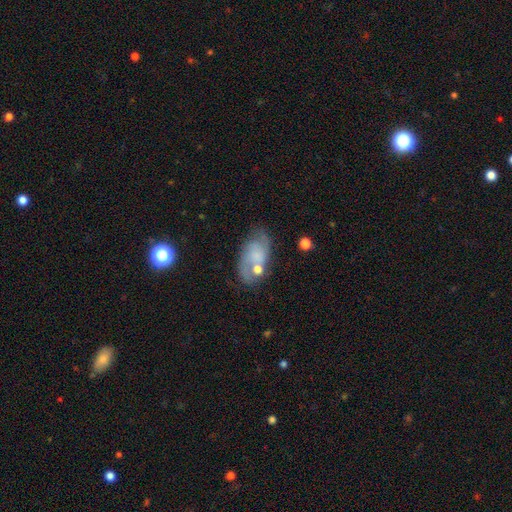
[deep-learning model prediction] Overall: featured or disk (52%; smooth 38%). Edge-on disk: no (96%). Merging: none (51%; minor disturbance 24%).